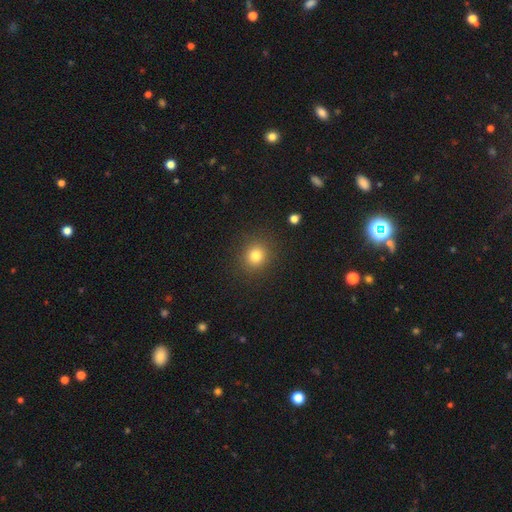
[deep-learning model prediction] Smooth or featured? Predicted: smooth (p=0.81). How rounded? Predicted: round (p=0.86). Merging? Predicted: none (p=0.89).